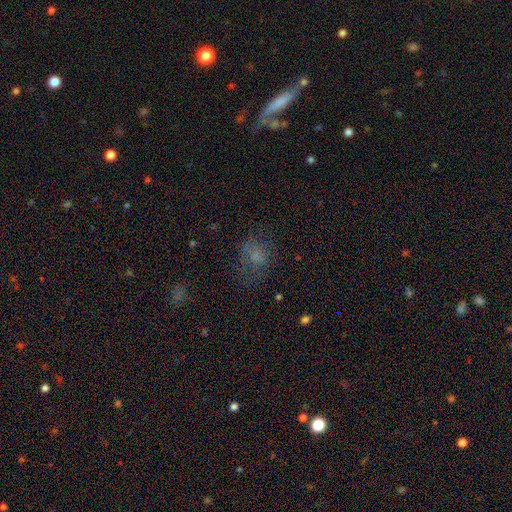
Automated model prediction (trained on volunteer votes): A smooth galaxy with no disk features (59%) that is in between round and cigar-shaped (53%). Merging: none (51%).